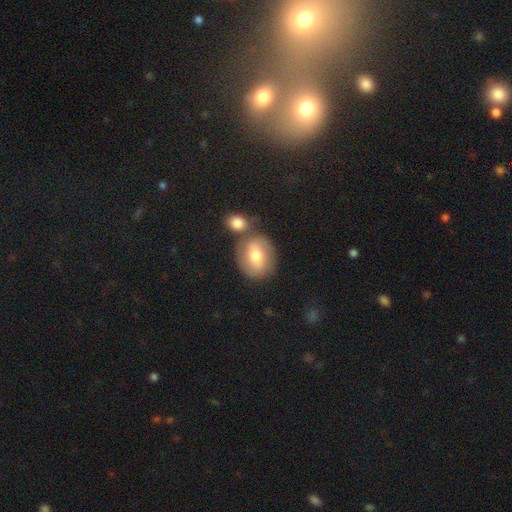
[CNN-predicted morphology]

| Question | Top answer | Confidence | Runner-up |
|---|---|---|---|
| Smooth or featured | smooth | 60% | featured or disk (33%) |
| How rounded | round | 57% | in between (42%) |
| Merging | none | 59% | merger (24%) |